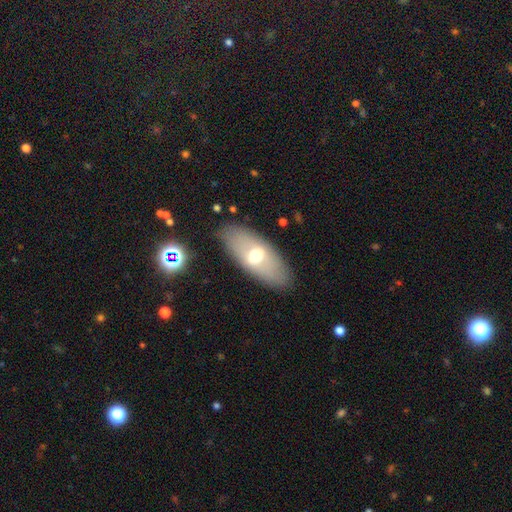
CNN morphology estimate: Smooth or featured: smooth — 53% (featured or disk — 40%)
How rounded: in between — 86% (cigar-shaped — 10%)
Merging: none — 83% (minor disturbance — 11%)